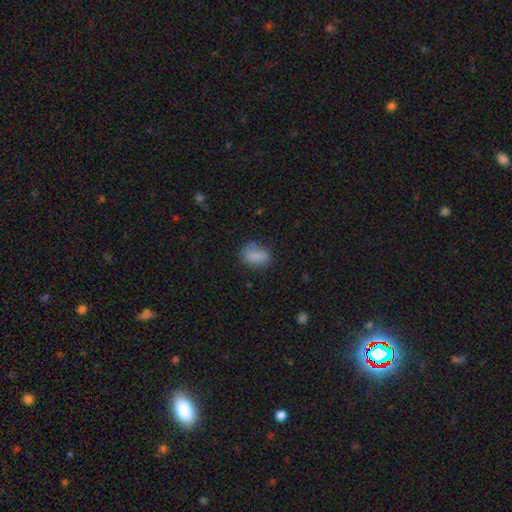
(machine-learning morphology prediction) This is clearly a smooth galaxy (81%). How rounded: likely in between (79%). Merging: likely none (65%).